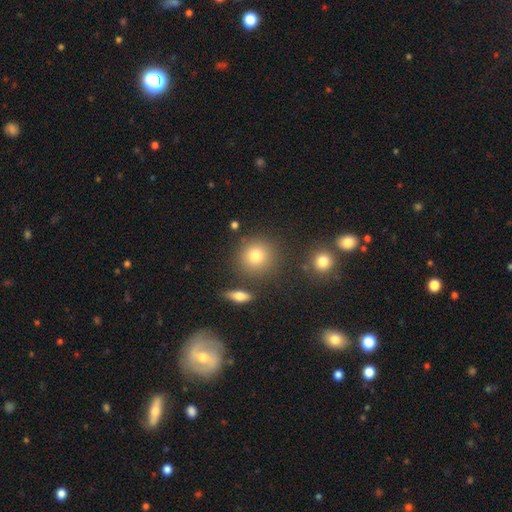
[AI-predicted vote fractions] Smooth or featured: smooth — 80% (star or artifact — 12%)
How rounded: round — 90% (in between — 9%)
Merging: none — 82% (minor disturbance — 9%)